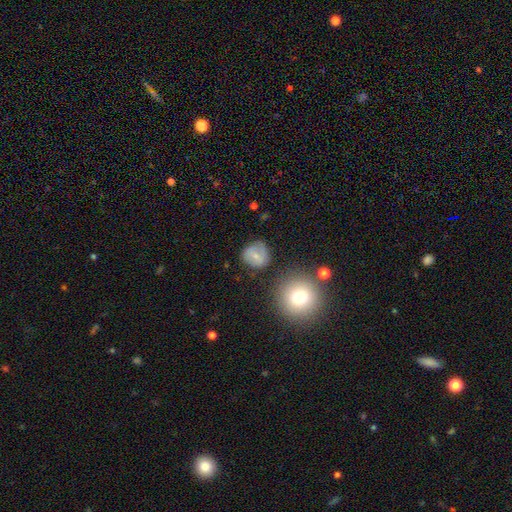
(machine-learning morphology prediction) type=smooth (65%); roundness=round (84%); merging=none (68%).